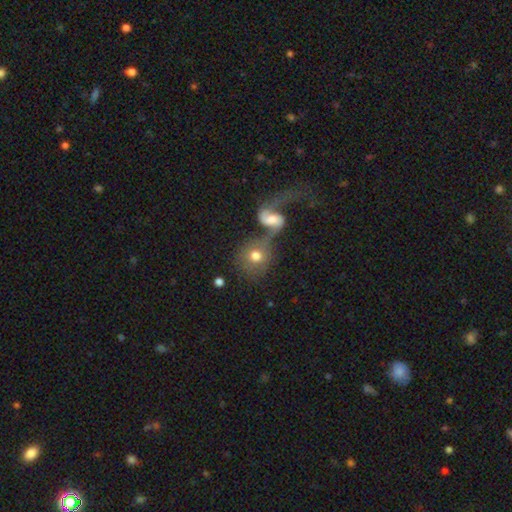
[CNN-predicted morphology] smooth-or-featured: smooth: 60% | featured or disk: 32% | star or artifact: 9%
  how-rounded: round: 75% | in between: 23% | cigar-shaped: 2%
  merging: merger: 51% | none: 30% | major disturbance: 10% | minor disturbance: 9%